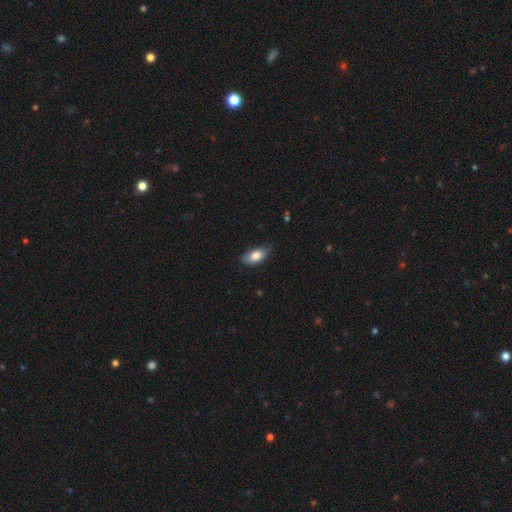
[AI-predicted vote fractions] A smooth galaxy with no disk features (81%) that is in between round and cigar-shaped (90%). Merging: none (73%).